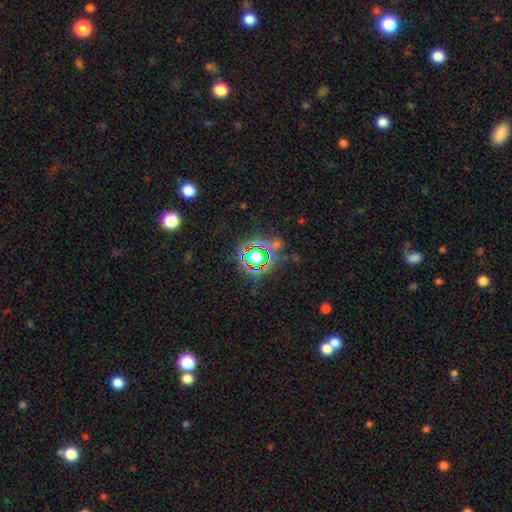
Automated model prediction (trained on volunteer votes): This appears to be a star or artifact, not a galaxy (77%).